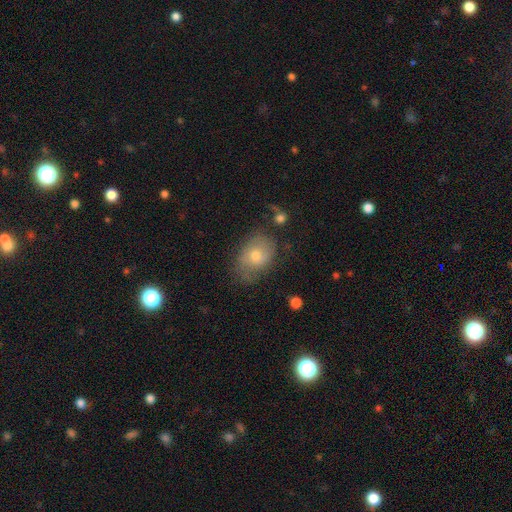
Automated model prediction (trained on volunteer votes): Morphology: type=smooth (54%); roundness=in between (65%); merging=none (59%).